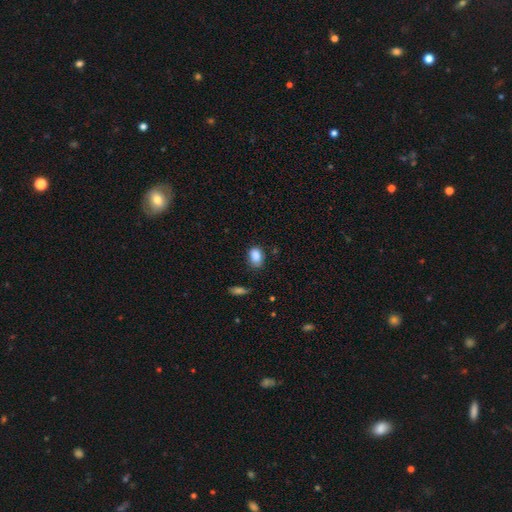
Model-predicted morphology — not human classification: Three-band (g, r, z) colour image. It shows a smooth galaxy with no disk features (87%) that is in between round and cigar-shaped (78%). Merging: none (72%).